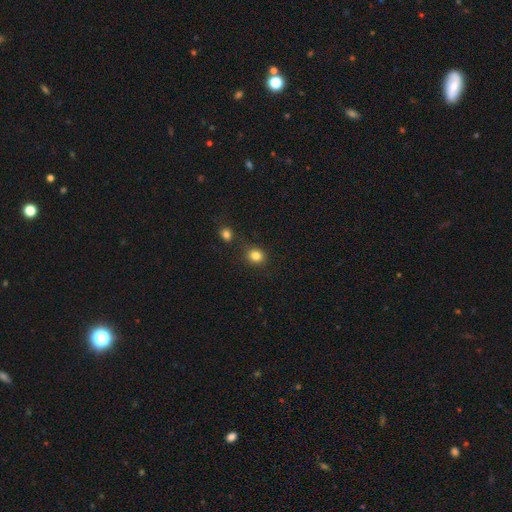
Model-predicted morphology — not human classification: Smooth or featured?
  - smooth: 84% *
  - star or artifact: 11%
  - featured or disk: 5%
How rounded?
  - round: 71% *
  - in between: 28%
  - cigar-shaped: 1%
Merging?
  - none: 82% *
  - minor disturbance: 10%
  - merger: 6%
  - major disturbance: 3%